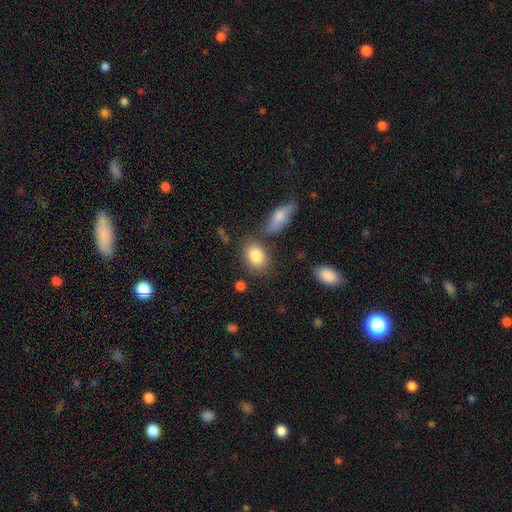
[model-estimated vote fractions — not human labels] This is clearly a smooth galaxy (85%). How rounded: likely in between (70%). Merging: likely none (70%).